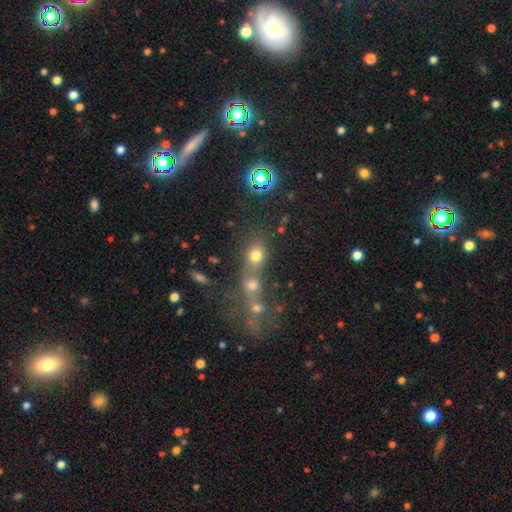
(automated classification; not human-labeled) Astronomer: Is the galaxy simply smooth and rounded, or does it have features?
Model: smooth — 69%.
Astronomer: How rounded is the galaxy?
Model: round — 64%.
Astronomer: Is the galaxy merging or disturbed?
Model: merger — 43% (runner-up: none, 42%).